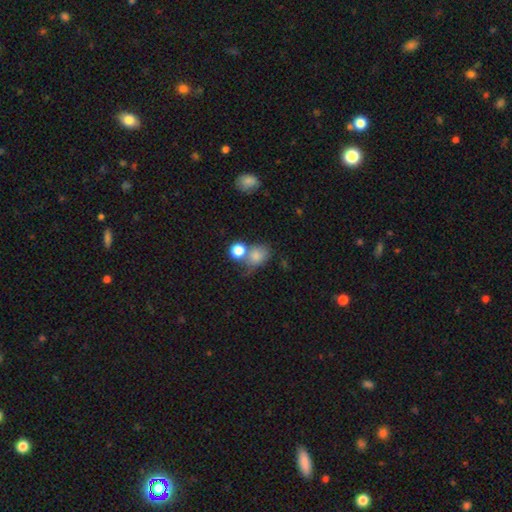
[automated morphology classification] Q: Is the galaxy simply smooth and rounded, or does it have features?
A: smooth — 78%.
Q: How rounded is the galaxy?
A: in between — 51%.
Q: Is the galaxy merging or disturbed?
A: none — 37%.